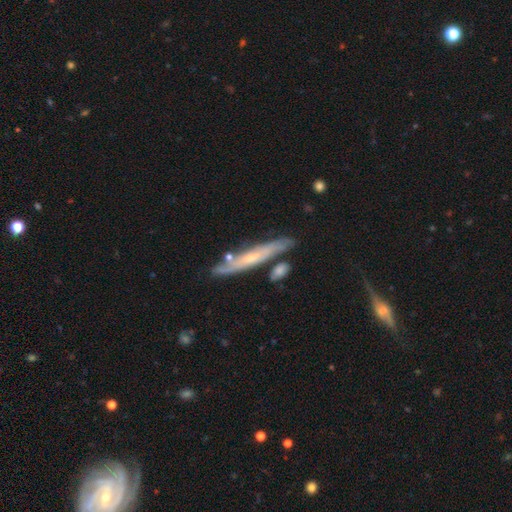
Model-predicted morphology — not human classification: Overall: featured or disk (71%). Edge-on disk: yes (75%). Edge-on bulge: rounded (62%; none 33%). Merging: none (72%).